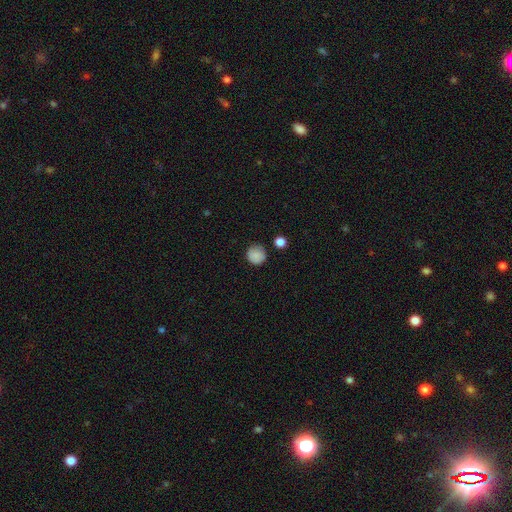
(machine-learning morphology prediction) type=smooth (87%); roundness=round (93%); merging=none (82%).